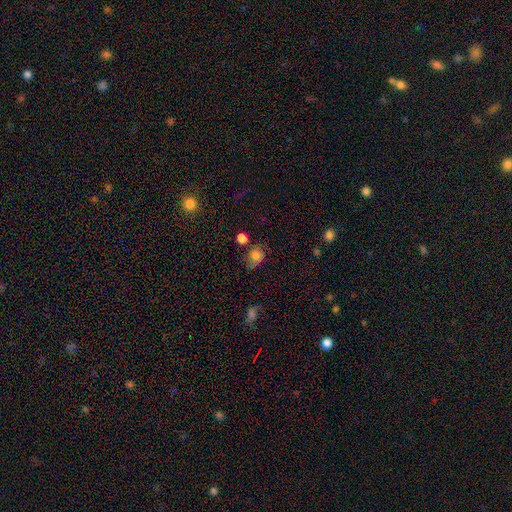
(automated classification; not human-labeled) smooth-or-featured: smooth: 69% | featured or disk: 18% | star or artifact: 13%
  how-rounded: round: 53% | in between: 45% | cigar-shaped: 1%
  merging: none: 57% | minor disturbance: 27% | major disturbance: 12% | merger: 5%